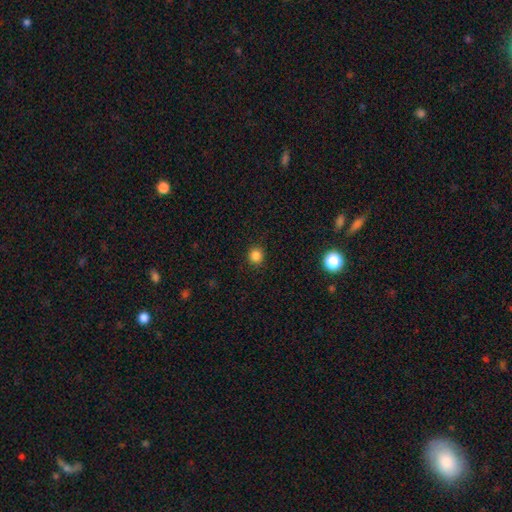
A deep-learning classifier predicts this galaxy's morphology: smooth 84%, star or artifact 13%, featured or disk 3%. Down the decision tree: how rounded — round (91%); merging — none (90%).